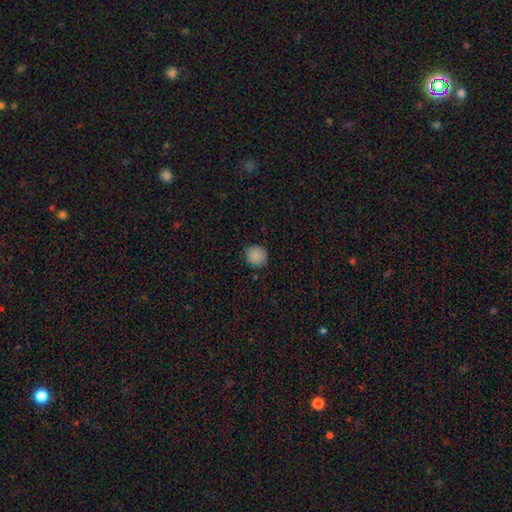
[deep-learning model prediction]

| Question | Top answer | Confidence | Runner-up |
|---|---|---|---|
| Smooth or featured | smooth | 87% | star or artifact (10%) |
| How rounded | round | 89% | in between (10%) |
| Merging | none | 86% | minor disturbance (11%) |